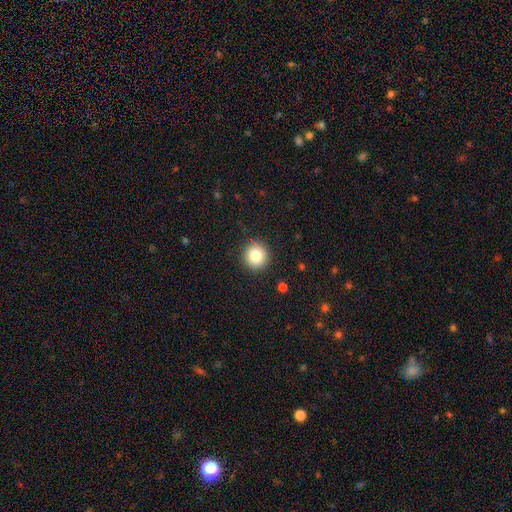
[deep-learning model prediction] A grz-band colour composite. It shows a smooth galaxy with no disk features (82%) that is round (93%). Merging: none (90%).